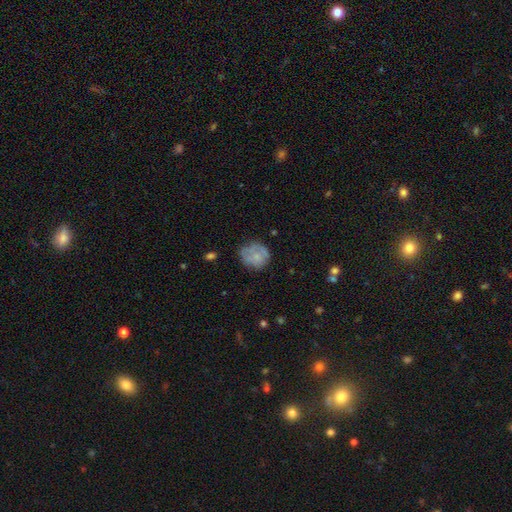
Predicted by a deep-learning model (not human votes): Smooth or featured?
  - smooth: 58% *
  - featured or disk: 33%
  - star or artifact: 8%
How rounded?
  - round: 77% *
  - in between: 22%
  - cigar-shaped: 1%
Merging?
  - none: 62% *
  - minor disturbance: 25%
  - major disturbance: 10%
  - merger: 2%